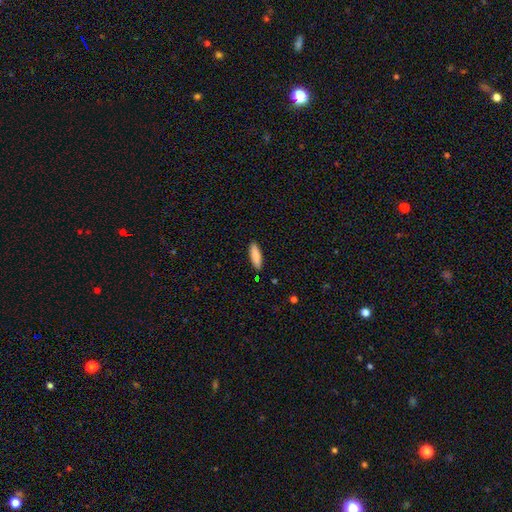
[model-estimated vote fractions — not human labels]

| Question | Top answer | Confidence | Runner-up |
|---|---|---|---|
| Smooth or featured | smooth | 87% | featured or disk (7%) |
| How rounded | cigar-shaped | 59% | in between (40%) |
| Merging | none | 88% | minor disturbance (9%) |